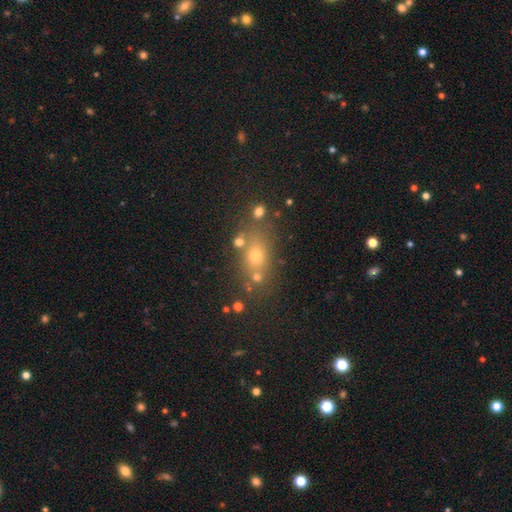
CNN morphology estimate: Smooth or featured? smooth (61%)
How rounded? in between (56%)
Merging? none (68%)